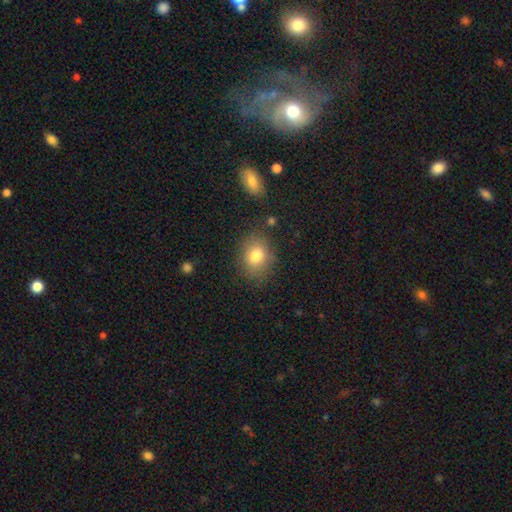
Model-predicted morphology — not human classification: Smooth or featured? Predicted: smooth (p=0.79). How rounded? Predicted: round (p=0.55). Merging? Predicted: none (p=0.80).